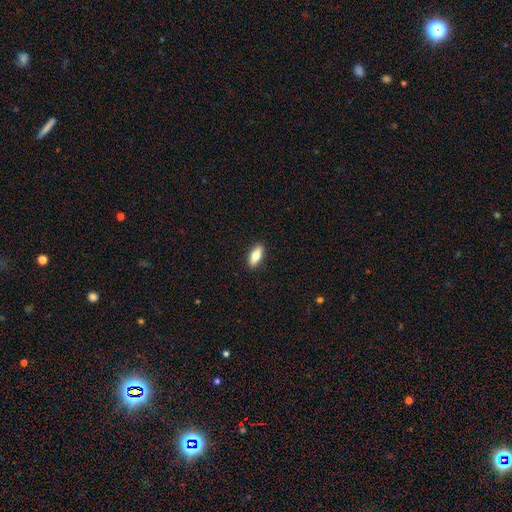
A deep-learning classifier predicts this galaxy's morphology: Smooth or featured? Predicted: smooth (p=0.75). How rounded? Predicted: in between (p=0.78). Merging? Predicted: none (p=0.90).